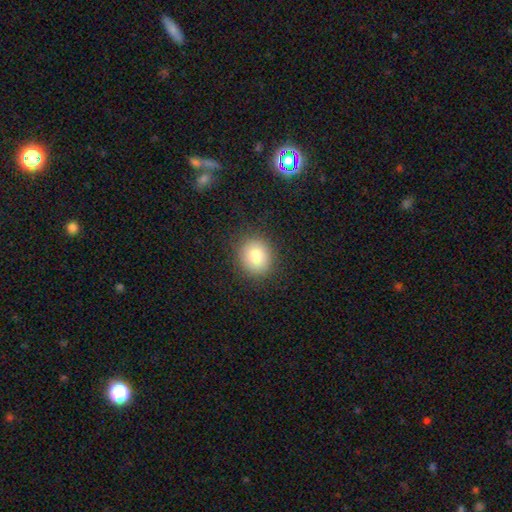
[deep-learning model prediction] smooth_or_featured: smooth (p=0.81) [alt: star or artifact p=0.10]
how_rounded: round (p=0.80) [alt: in between p=0.19]
merging: none (p=0.88) [alt: minor disturbance p=0.08]